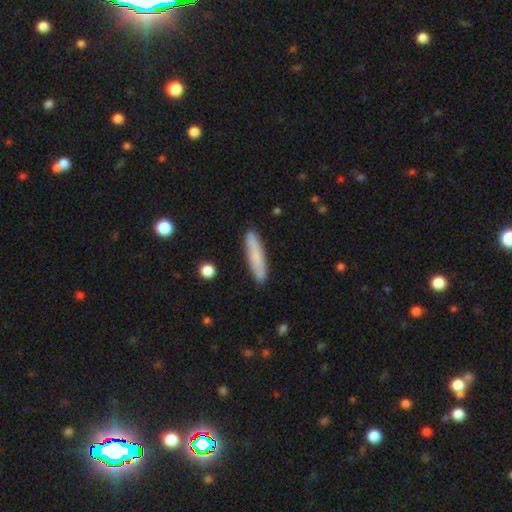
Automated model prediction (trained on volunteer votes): smooth_or_featured: smooth (p=0.69) [alt: featured or disk p=0.25]
how_rounded: cigar-shaped (p=0.85) [alt: in between p=0.13]
merging: none (p=0.86) [alt: minor disturbance p=0.10]